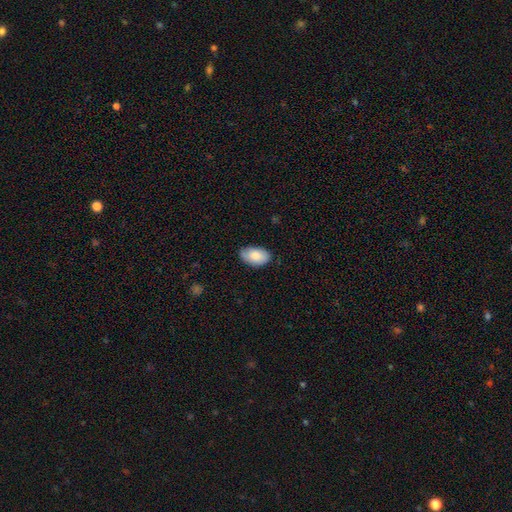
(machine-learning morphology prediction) smooth_or_featured: smooth (p=0.84) [alt: featured or disk p=0.10]
how_rounded: in between (p=0.94) [alt: round p=0.05]
merging: none (p=0.79) [alt: minor disturbance p=0.18]